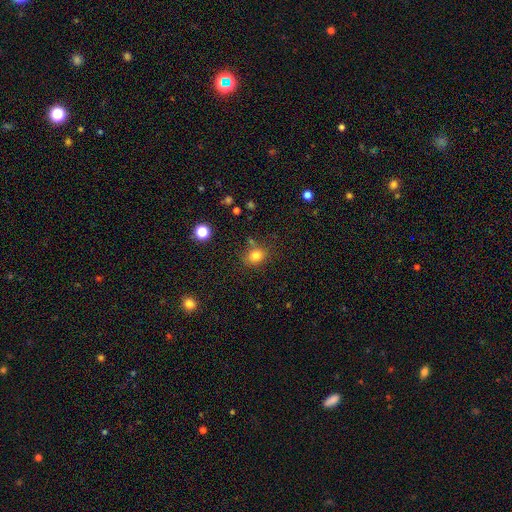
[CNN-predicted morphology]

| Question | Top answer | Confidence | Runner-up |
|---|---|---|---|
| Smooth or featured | smooth | 81% | star or artifact (13%) |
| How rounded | round | 58% | in between (41%) |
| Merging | none | 74% | minor disturbance (14%) |